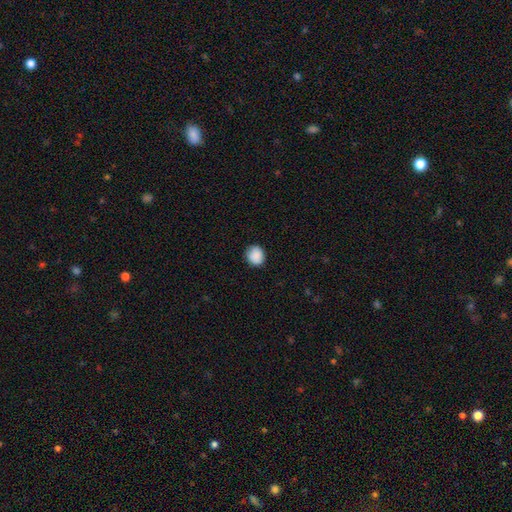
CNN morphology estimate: smooth 89%, star or artifact 8%, featured or disk 3%. Down the decision tree: how rounded — round (77%); merging — none (85%).